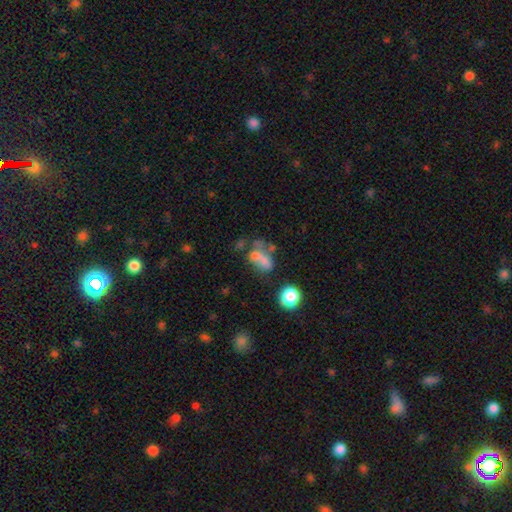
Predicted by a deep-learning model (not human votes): This is possibly a smooth galaxy (57%). How rounded: likely in between (76%). Merging: marginally merger (34%).